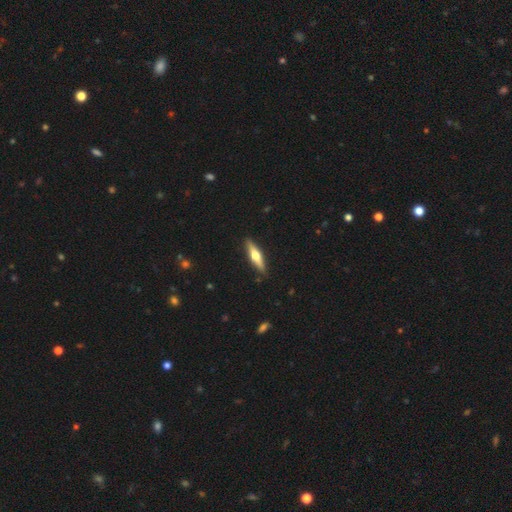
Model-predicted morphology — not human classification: smooth-or-featured: featured or disk: 58% | smooth: 36% | star or artifact: 5%
  disk-edge-on: yes: 95% | no: 5%
    edge-on-bulge: rounded: 93% | boxy: 4% | none: 3%
  merging: none: 90% | minor disturbance: 7% | major disturbance: 2% | merger: 1%